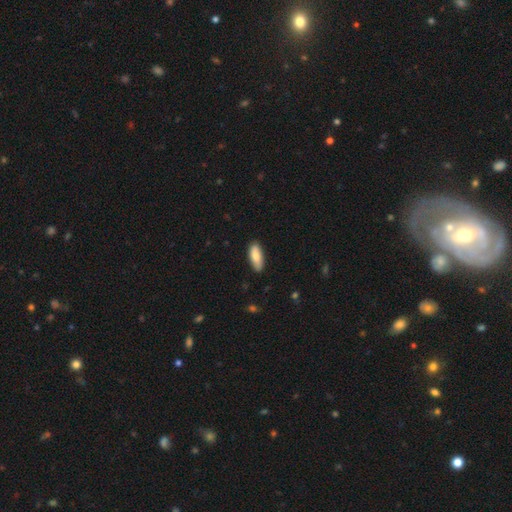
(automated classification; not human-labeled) smooth 81%, featured or disk 13%, star or artifact 6%. Down the decision tree: how rounded — in between (74%); merging — none (87%).